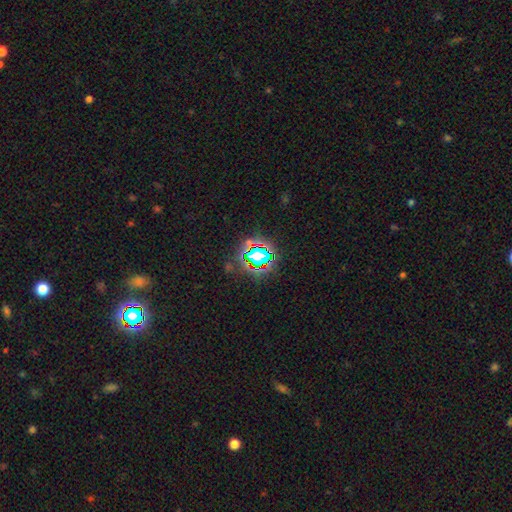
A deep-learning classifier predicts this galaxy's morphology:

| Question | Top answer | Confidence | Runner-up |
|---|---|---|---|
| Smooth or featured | star or artifact | 63% | smooth (23%) |